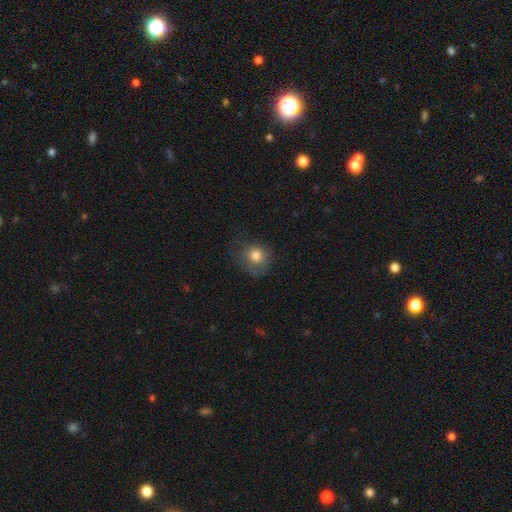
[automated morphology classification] Smooth or featured?
  - smooth: 80% *
  - star or artifact: 10%
  - featured or disk: 10%
How rounded?
  - round: 82% *
  - in between: 17%
  - cigar-shaped: 1%
Merging?
  - none: 64% *
  - minor disturbance: 23%
  - major disturbance: 11%
  - merger: 1%